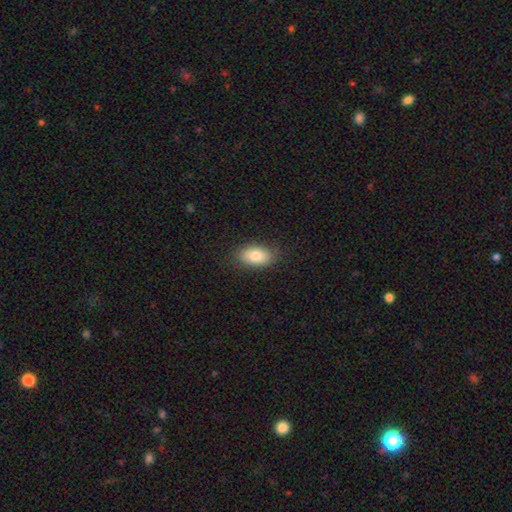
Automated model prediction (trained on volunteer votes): Q: Smooth or featured?
A: smooth (81%); runner-up: featured or disk (12%)
Q: How rounded?
A: in between (91%); runner-up: round (7%)
Q: Merging?
A: none (85%); runner-up: minor disturbance (11%)